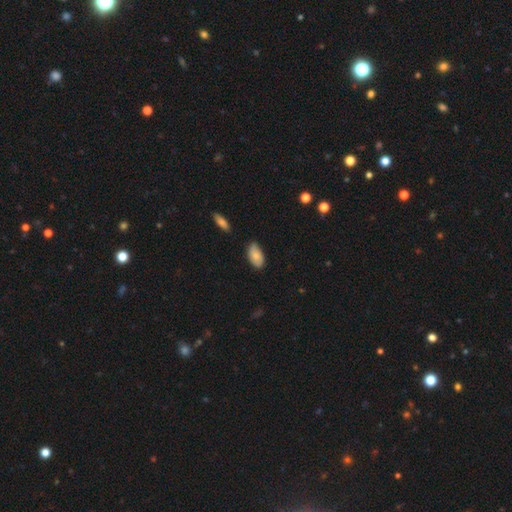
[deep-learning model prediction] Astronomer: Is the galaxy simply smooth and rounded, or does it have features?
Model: smooth — 79%.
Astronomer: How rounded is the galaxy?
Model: in between — 94%.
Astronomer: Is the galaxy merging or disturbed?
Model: none — 71%.